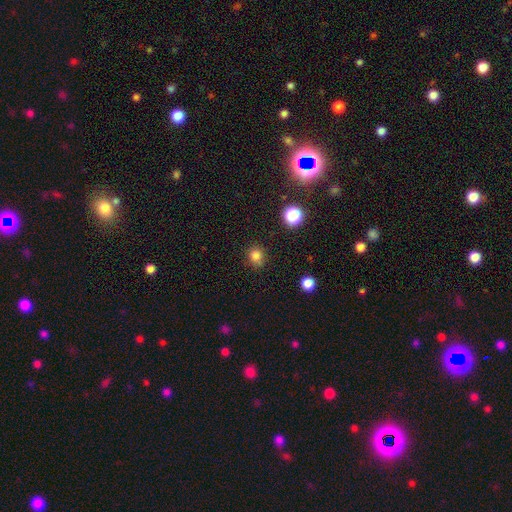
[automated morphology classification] This appears to be a smooth galaxy with no disk features (81%) that is round (82%). Merging: none (82%).